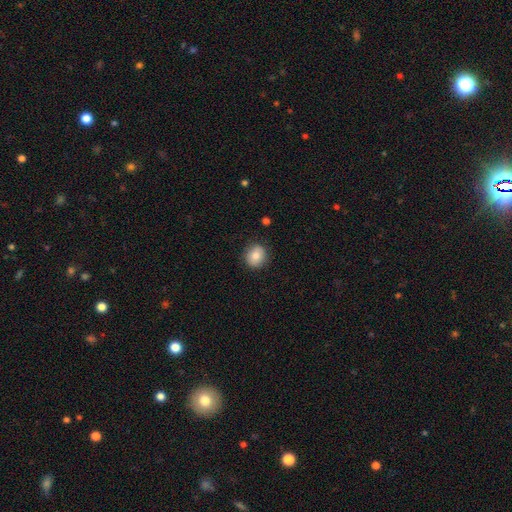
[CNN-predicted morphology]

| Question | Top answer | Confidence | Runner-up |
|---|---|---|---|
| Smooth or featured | smooth | 82% | featured or disk (9%) |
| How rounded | round | 80% | in between (19%) |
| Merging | none | 87% | minor disturbance (9%) |